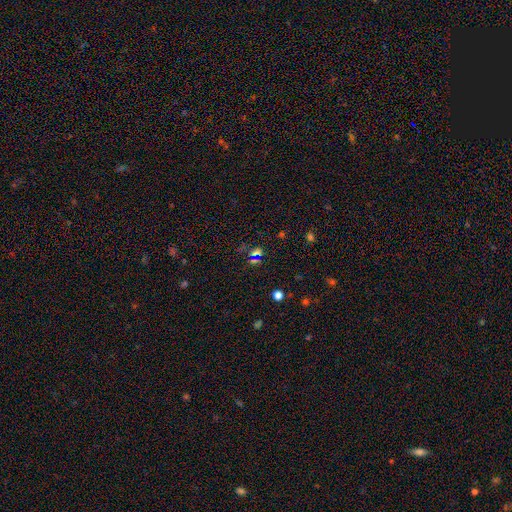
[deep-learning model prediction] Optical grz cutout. It shows a star or artifact, not a galaxy (60%).